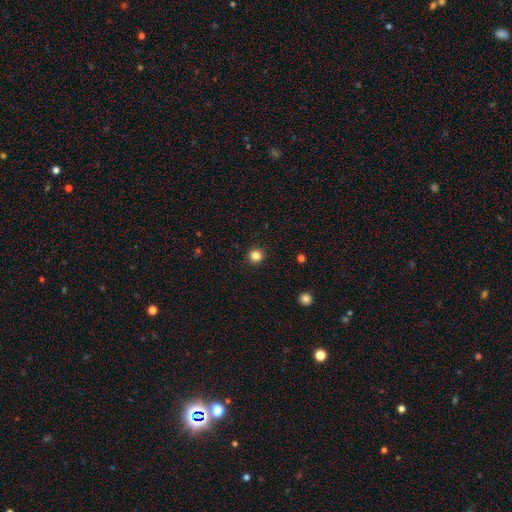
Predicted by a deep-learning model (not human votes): Smooth or featured? Predicted: smooth (p=0.84). How rounded? Predicted: round (p=0.94). Merging? Predicted: none (p=0.93).